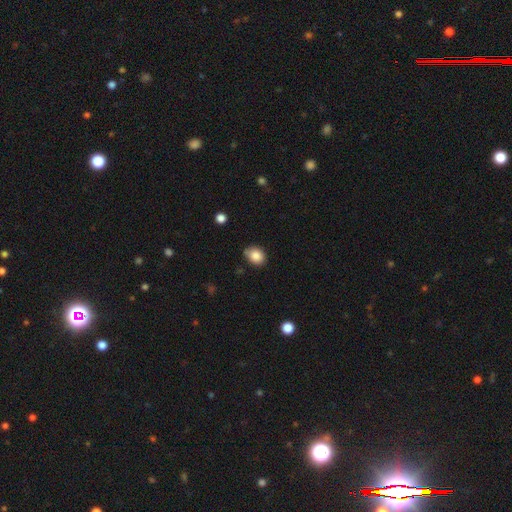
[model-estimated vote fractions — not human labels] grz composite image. It shows a smooth galaxy with no disk features (86%) that is in between round and cigar-shaped (53%). Merging: none (72%).